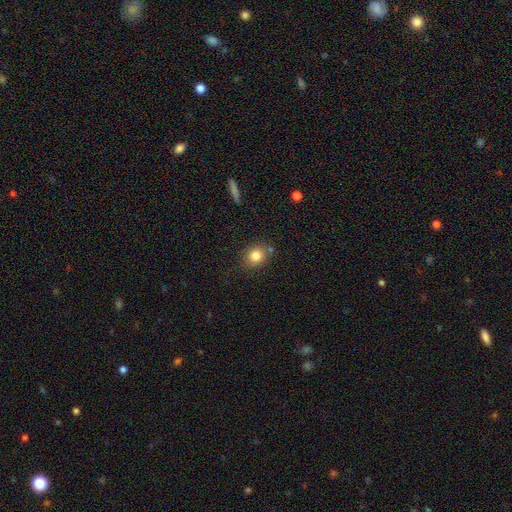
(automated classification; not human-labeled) Overall: smooth (83%). How rounded: round (71%). Merging: none (76%).